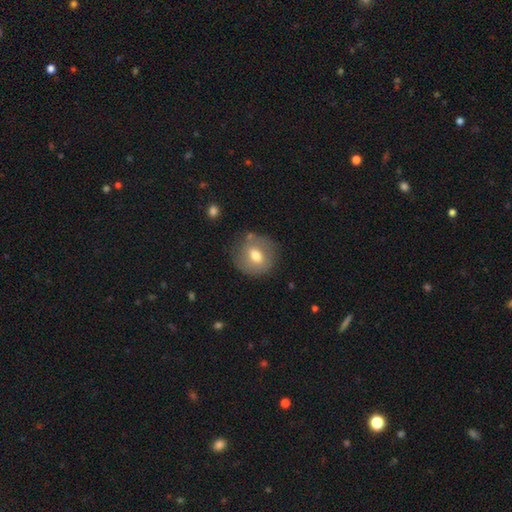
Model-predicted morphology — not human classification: A smooth galaxy with no disk features (65%) that is round (81%). Merging: none (75%).